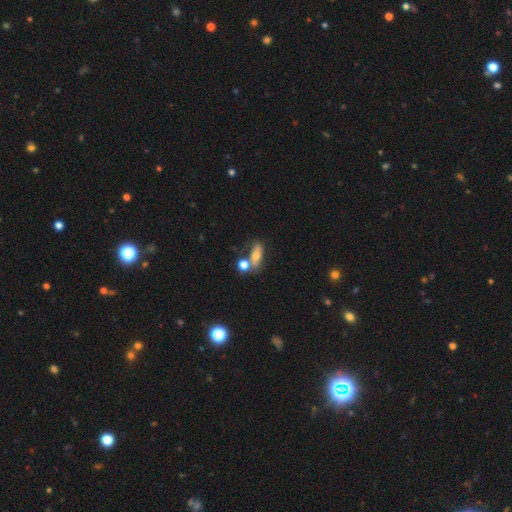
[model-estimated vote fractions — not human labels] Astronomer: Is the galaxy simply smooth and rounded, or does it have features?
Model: smooth — 65%.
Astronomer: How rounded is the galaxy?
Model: in between — 62%.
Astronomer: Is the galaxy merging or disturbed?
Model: none — 49% (runner-up: merger, 30%).